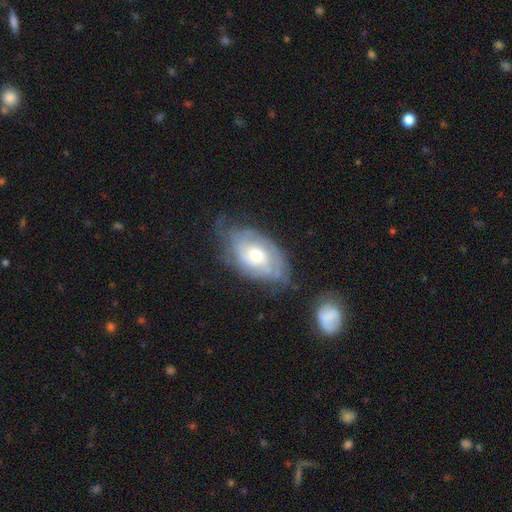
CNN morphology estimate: featured or disk 74%, smooth 20%, star or artifact 6%. Down the decision tree: edge-on disk — no (95%); bar — no (73%); spiral arms — yes (85%); spiral arm count — can't tell (51%); spiral winding — tight (61%); bulge size — moderate (63%); merging — none (56%).